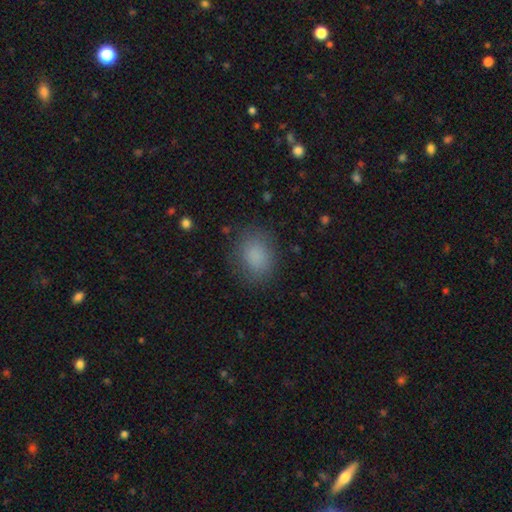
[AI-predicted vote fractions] The model was most divided on "how rounded": round: 51%, in between: 48%, cigar-shaped: 1%. More confident: smooth or featured — smooth (85%); merging — none (81%).